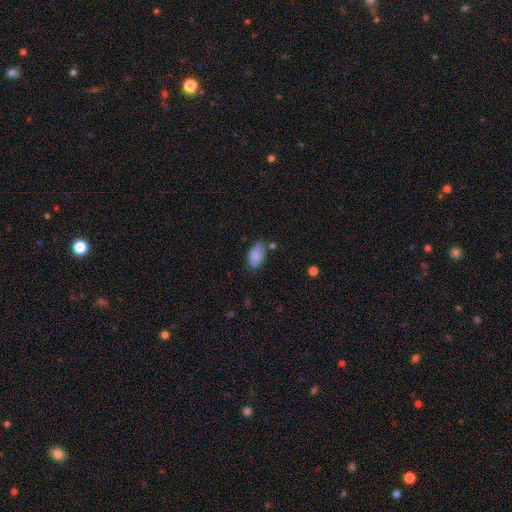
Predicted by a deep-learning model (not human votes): Smooth or featured? Predicted: smooth (p=0.76). How rounded? Predicted: in between (p=0.93). Merging? Predicted: none (p=0.64).